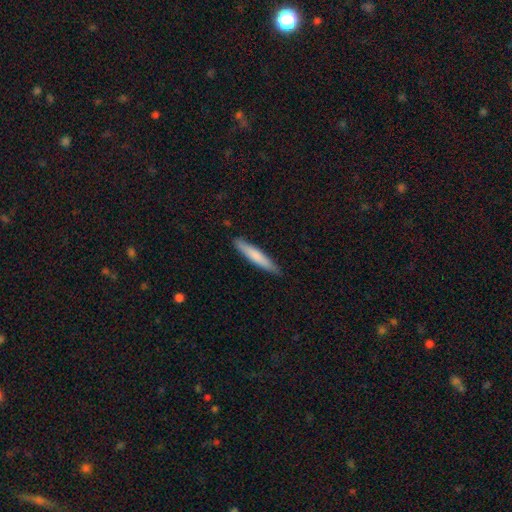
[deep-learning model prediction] Overall: smooth (74%). How rounded: cigar-shaped (92%). Merging: none (88%).